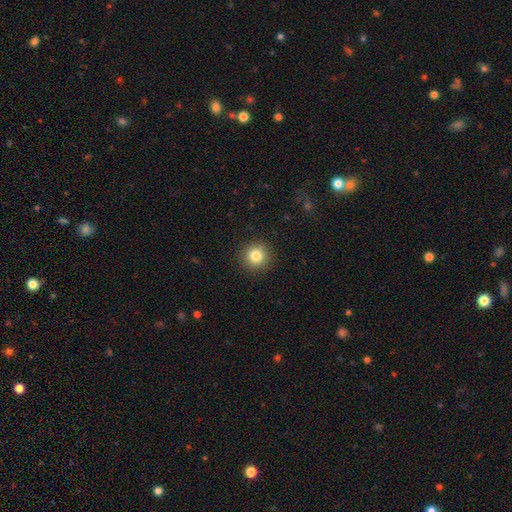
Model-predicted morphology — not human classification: A smooth galaxy with no disk features (83%) that is round (94%). Merging: none (92%).